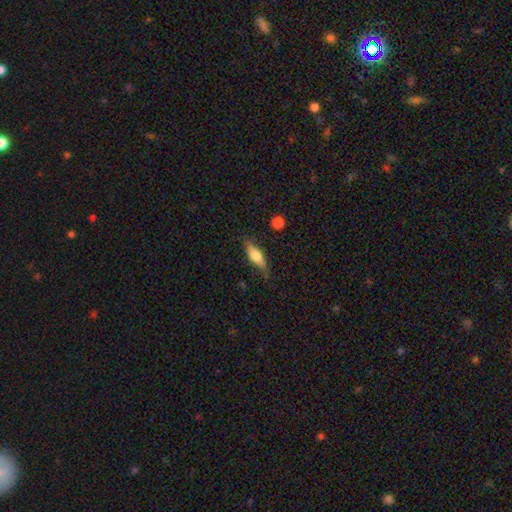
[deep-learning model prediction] The model was most divided on "how rounded": in between: 52%, cigar-shaped: 44%, round: 3%. More confident: merging — none (71%); smooth or featured — smooth (54%).